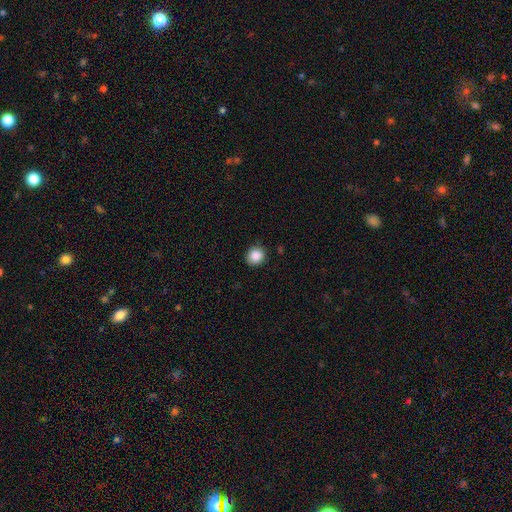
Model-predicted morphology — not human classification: smooth_or_featured: smooth (p=0.87) [alt: star or artifact p=0.09]
how_rounded: round (p=0.86) [alt: in between p=0.13]
merging: none (p=0.85) [alt: minor disturbance p=0.11]